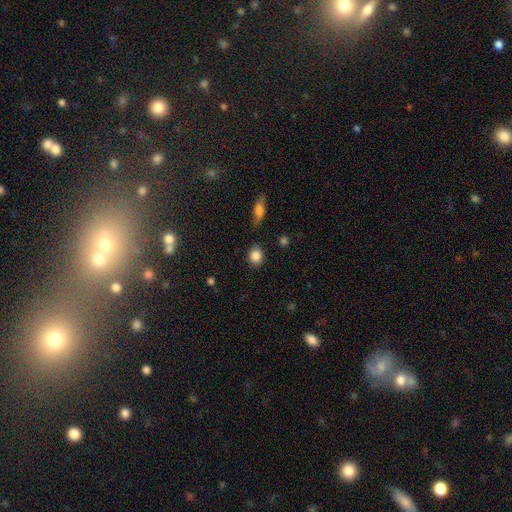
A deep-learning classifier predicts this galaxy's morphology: A smooth galaxy with no disk features (86%) that is round (65%). Merging: none (84%).